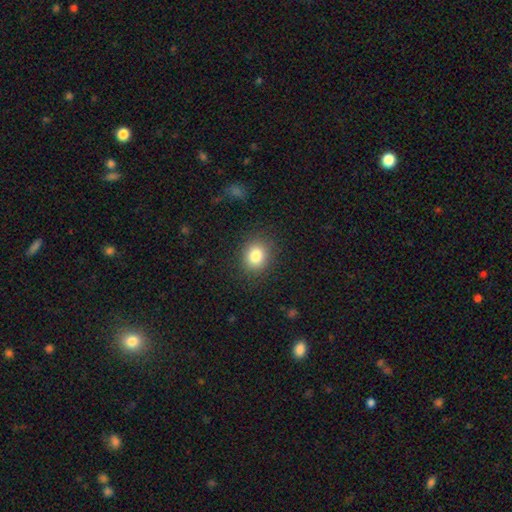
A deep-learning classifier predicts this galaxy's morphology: A smooth galaxy with no disk features (83%) that is round (61%).

Vote fractions:
- Smooth or featured? smooth: 83% / star or artifact: 10% / featured or disk: 7%
- How rounded? round: 61% / in between: 38% / cigar-shaped: 1%
- Merging? none: 87% / minor disturbance: 9% / major disturbance: 3% / merger: 1%